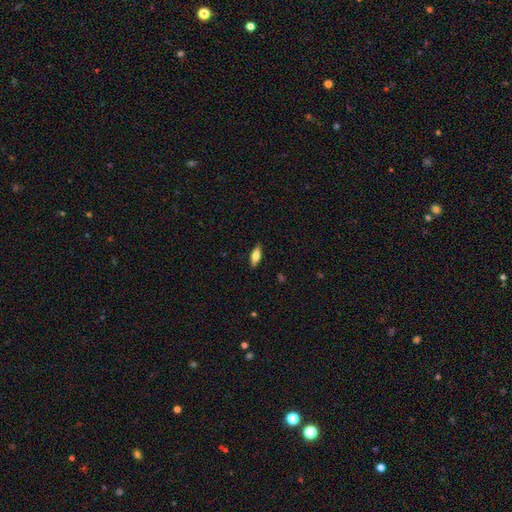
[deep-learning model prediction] smooth-or-featured: smooth: 60% | featured or disk: 33% | star or artifact: 7%
  how-rounded: in between: 64% | cigar-shaped: 34% | round: 3%
  merging: none: 88% | minor disturbance: 9% | major disturbance: 2% | merger: 1%